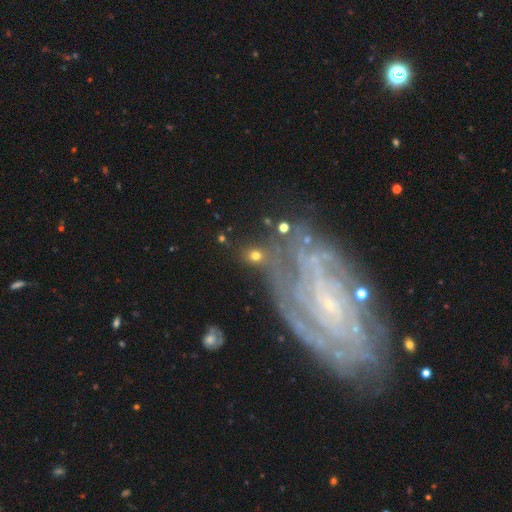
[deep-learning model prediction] The model was most divided on "smooth or featured": smooth: 53%, featured or disk: 31%, star or artifact: 16%. More confident: merging — none (70%); how rounded — round (69%).